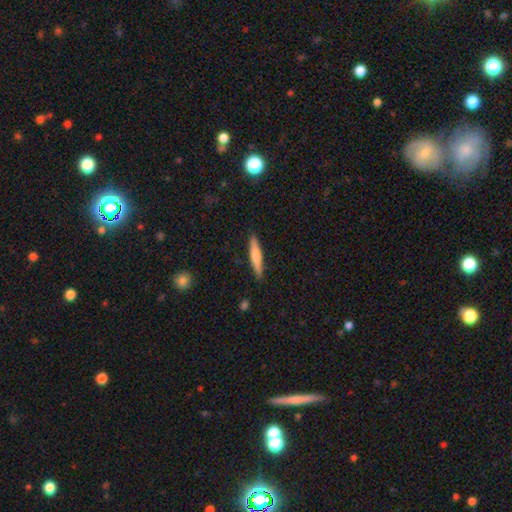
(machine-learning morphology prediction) smooth 65%, featured or disk 29%, star or artifact 6%. Down the decision tree: how rounded — cigar-shaped (90%); merging — none (88%).